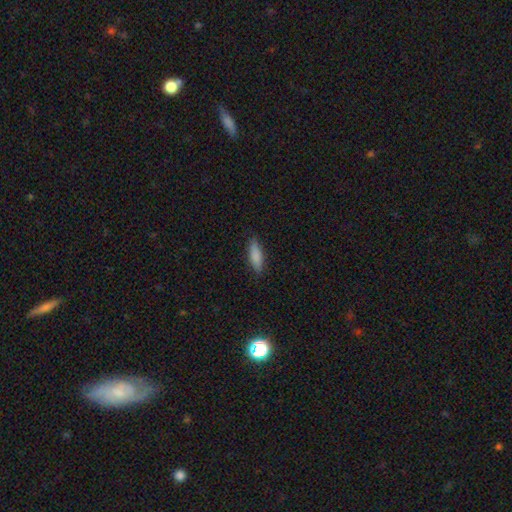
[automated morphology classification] Smooth or featured? Predicted: smooth (p=0.83). How rounded? Predicted: cigar-shaped (p=0.51). Merging? Predicted: none (p=0.85).